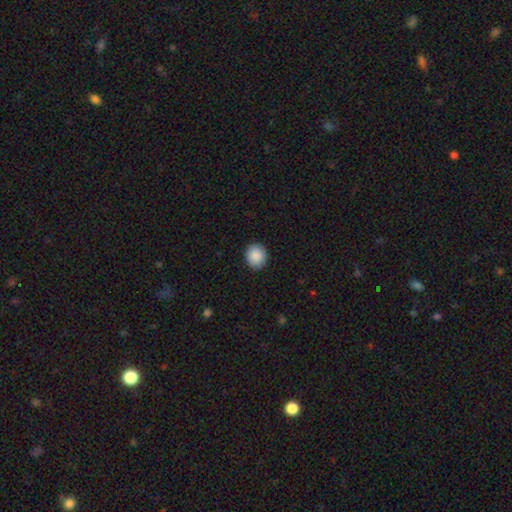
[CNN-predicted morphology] smooth_or_featured: smooth (p=0.89) [alt: star or artifact p=0.07]
how_rounded: round (p=0.76) [alt: in between p=0.23]
merging: none (p=0.90) [alt: minor disturbance p=0.08]